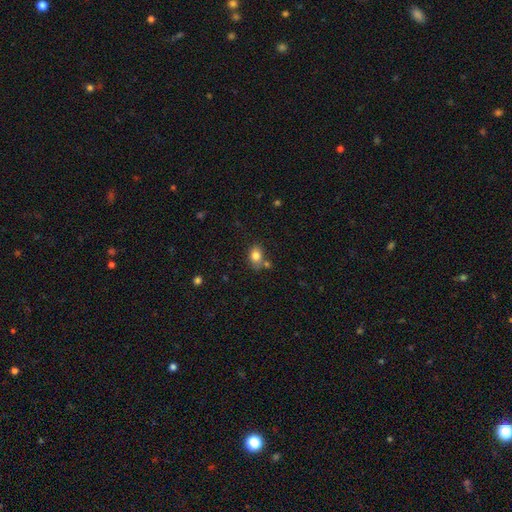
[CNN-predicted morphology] Q: Smooth or featured?
A: smooth (81%); runner-up: star or artifact (10%)
Q: How rounded?
A: in between (64%); runner-up: round (35%)
Q: Merging?
A: none (65%); runner-up: minor disturbance (16%)